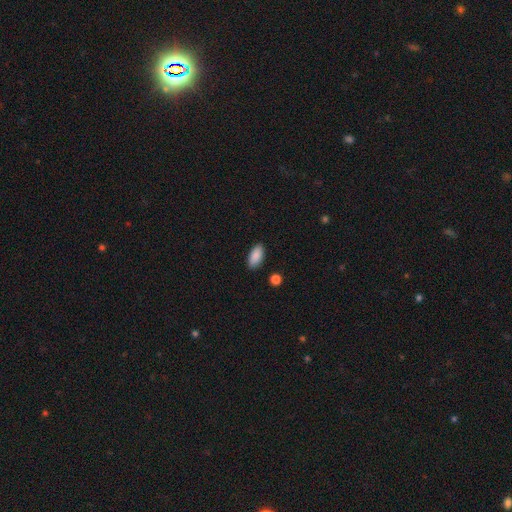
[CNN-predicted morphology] smooth_or_featured: smooth (p=0.89) [alt: star or artifact p=0.06]
how_rounded: in between (p=0.91) [alt: cigar-shaped p=0.07]
merging: none (p=0.87) [alt: minor disturbance p=0.09]